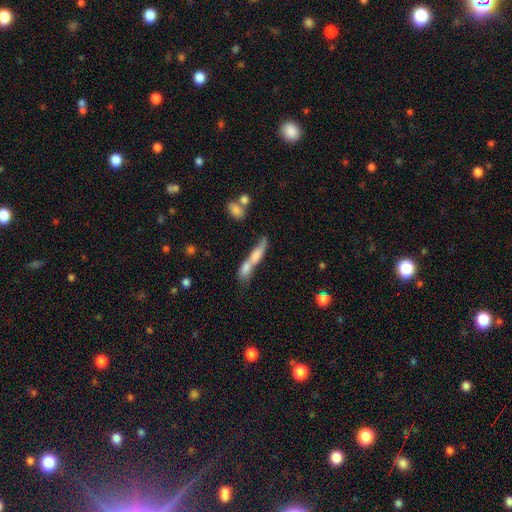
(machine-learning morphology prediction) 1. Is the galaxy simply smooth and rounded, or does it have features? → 60% smooth, 31% featured or disk, 9% star or artifact.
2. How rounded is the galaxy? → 74% cigar-shaped, 22% in between, 4% round.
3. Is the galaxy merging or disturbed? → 53% merger, 28% none, 11% minor disturbance, 7% major disturbance.